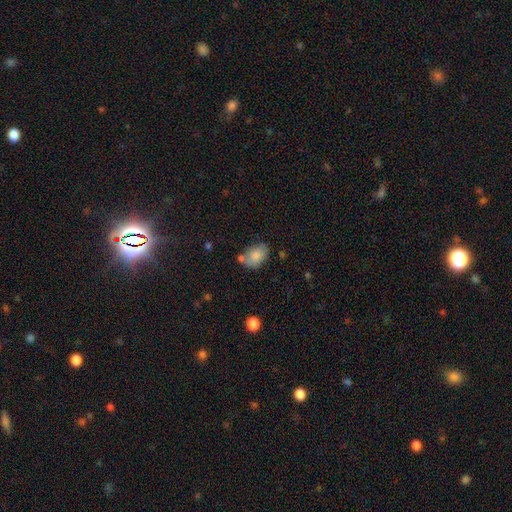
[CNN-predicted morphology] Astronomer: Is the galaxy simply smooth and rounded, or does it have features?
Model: smooth — 81%.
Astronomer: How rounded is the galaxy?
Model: in between — 84%.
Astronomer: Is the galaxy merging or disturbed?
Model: none — 60%.